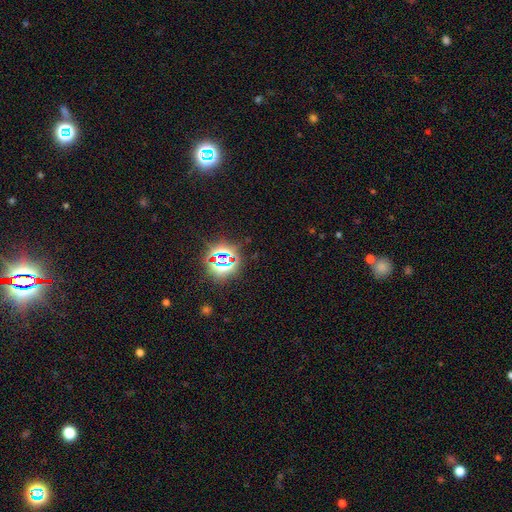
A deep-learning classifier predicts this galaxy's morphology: Smooth or featured: star or artifact — 79% (smooth — 14%)